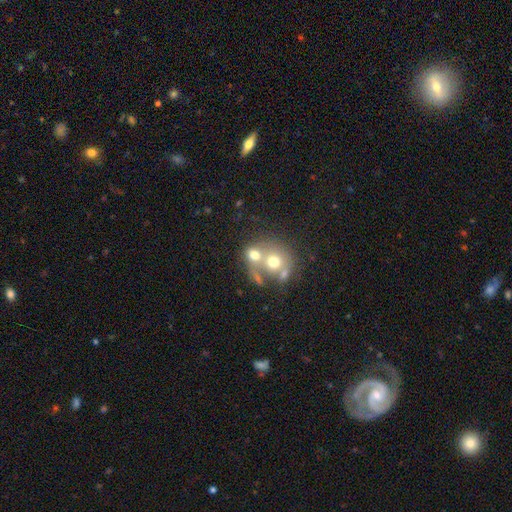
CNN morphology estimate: smooth 55%, featured or disk 31%, star or artifact 14%. Down the decision tree: how rounded — round (75%); merging — merger (57%).